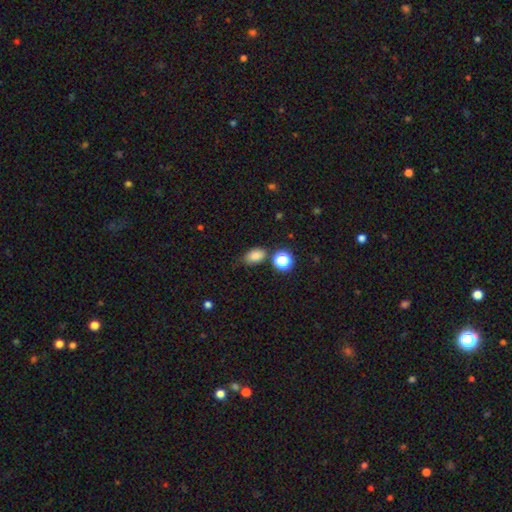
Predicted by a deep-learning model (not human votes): smooth-or-featured: smooth: 81% | star or artifact: 13% | featured or disk: 6%
  how-rounded: in between: 80% | round: 19% | cigar-shaped: 2%
  merging: none: 66% | minor disturbance: 22% | merger: 7% | major disturbance: 5%